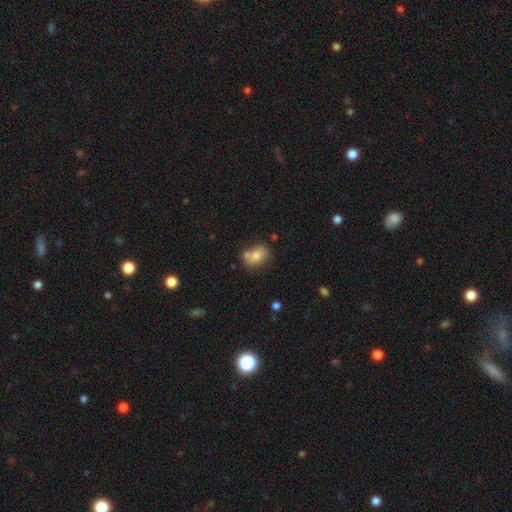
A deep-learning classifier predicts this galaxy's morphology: Smooth or featured? smooth (74%)
How rounded? in between (73%)
Merging? none (56%)